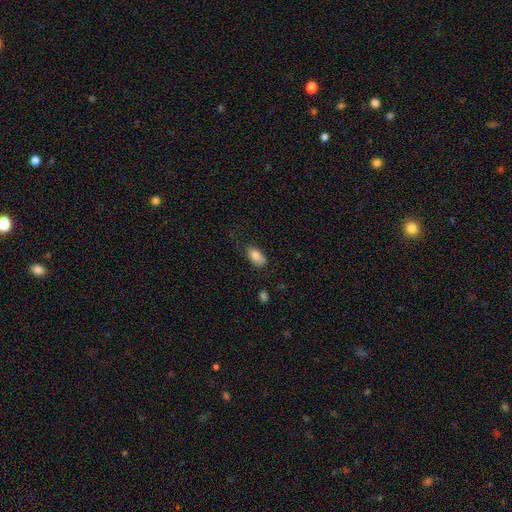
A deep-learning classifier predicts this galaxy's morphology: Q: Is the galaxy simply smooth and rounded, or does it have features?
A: smooth — 84%.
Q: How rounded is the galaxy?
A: in between — 92%.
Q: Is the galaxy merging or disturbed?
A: none — 65%.